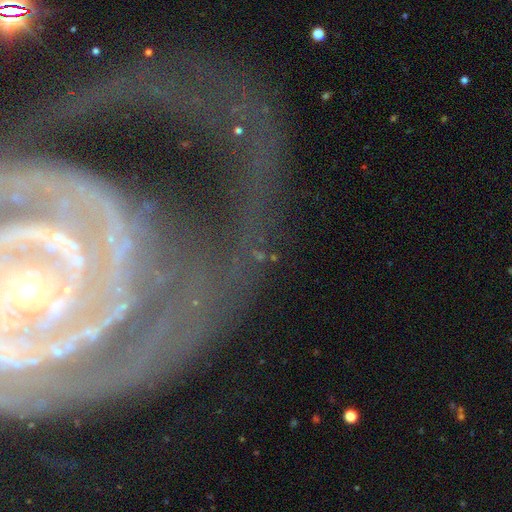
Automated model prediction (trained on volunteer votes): Q: Smooth or featured?
A: featured or disk (76%); runner-up: star or artifact (14%)
Q: Edge-on disk?
A: no (91%); runner-up: yes (9%)
Q: Bar?
A: strong (37%); runner-up: no (34%)
Q: Spiral arms?
A: yes (85%); runner-up: no (15%)
Q: Spiral winding?
A: tight (43%); runner-up: medium (34%)
Q: Spiral arm count?
A: 2 (45%); runner-up: can't tell (18%)
Q: Bulge size?
A: small (54%); runner-up: moderate (28%)
Q: Merging?
A: none (51%); runner-up: major disturbance (26%)